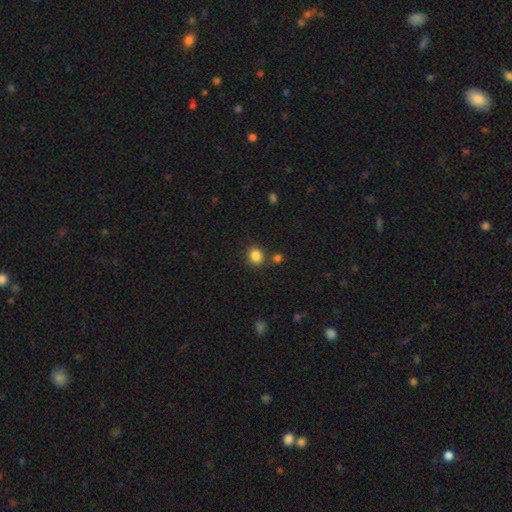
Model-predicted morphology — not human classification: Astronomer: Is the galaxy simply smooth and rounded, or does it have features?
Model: smooth — 85%.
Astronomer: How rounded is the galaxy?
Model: round — 74%.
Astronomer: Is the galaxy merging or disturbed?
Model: none — 78%.